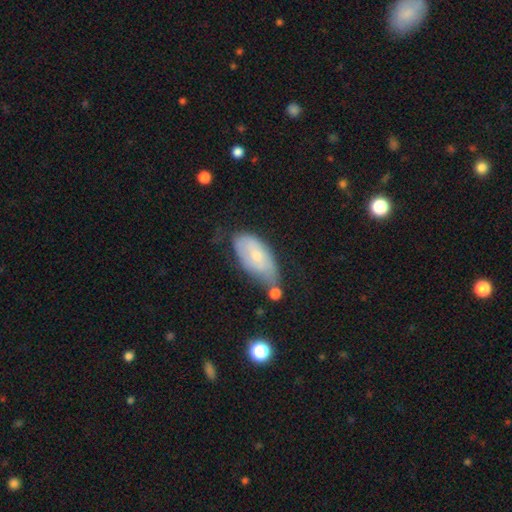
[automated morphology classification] This appears to be a smooth galaxy with no disk features (51%) that is in between round and cigar-shaped (91%). Merging: none (44%).